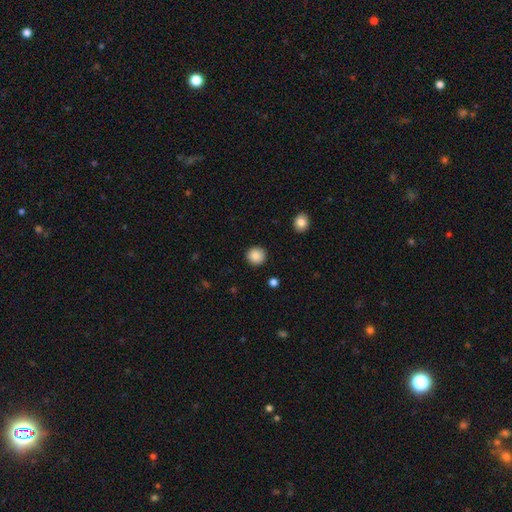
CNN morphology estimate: smooth_or_featured: smooth (p=0.88) [alt: star or artifact p=0.09]
how_rounded: round (p=0.94) [alt: in between p=0.05]
merging: none (p=0.92) [alt: minor disturbance p=0.05]